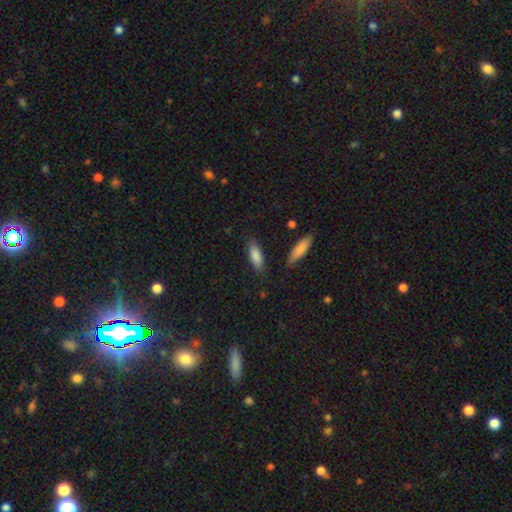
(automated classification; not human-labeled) smooth-or-featured: smooth: 84% | featured or disk: 9% | star or artifact: 6%
  how-rounded: in between: 59% | cigar-shaped: 39% | round: 2%
  merging: none: 81% | minor disturbance: 13% | major disturbance: 3% | merger: 3%